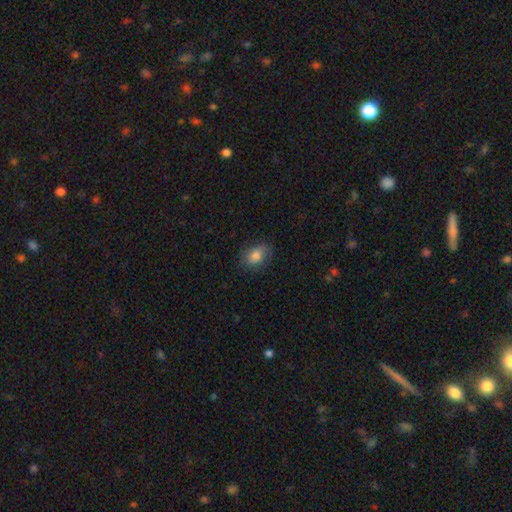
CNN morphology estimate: type=smooth (80%); roundness=in between (71%); merging=none (76%).